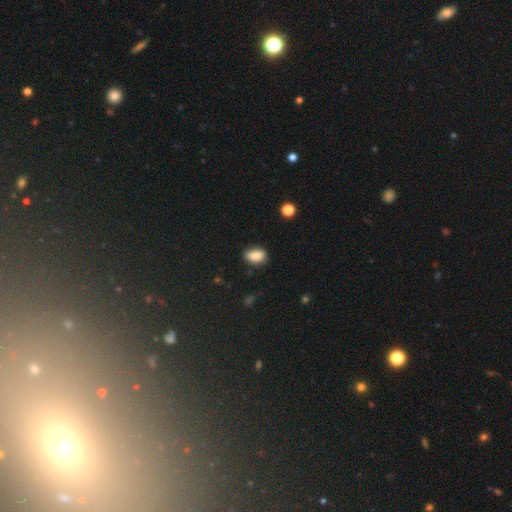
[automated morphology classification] Q: Smooth or featured?
A: smooth (84%); runner-up: star or artifact (9%)
Q: How rounded?
A: in between (86%); runner-up: round (12%)
Q: Merging?
A: none (77%); runner-up: minor disturbance (19%)